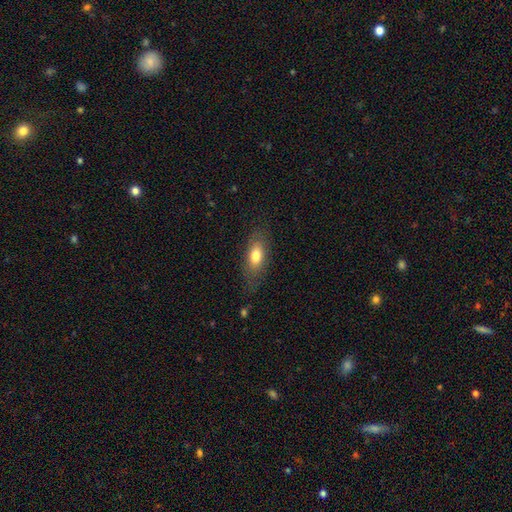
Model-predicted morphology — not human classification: Smooth or featured? smooth (74%)
How rounded? in between (82%)
Merging? none (77%)